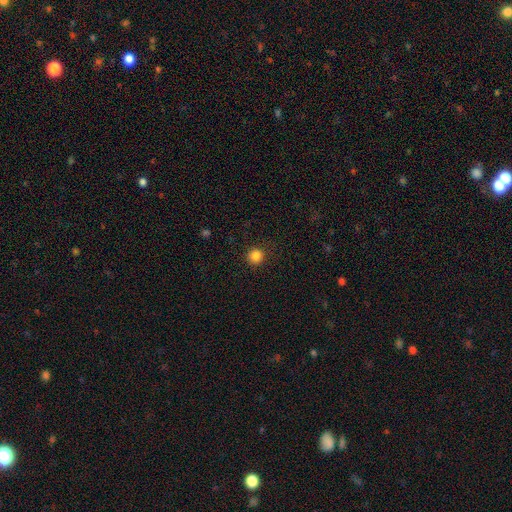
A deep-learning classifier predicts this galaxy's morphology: Q: Smooth or featured?
A: smooth (84%); runner-up: star or artifact (12%)
Q: How rounded?
A: round (93%); runner-up: in between (6%)
Q: Merging?
A: none (90%); runner-up: minor disturbance (7%)